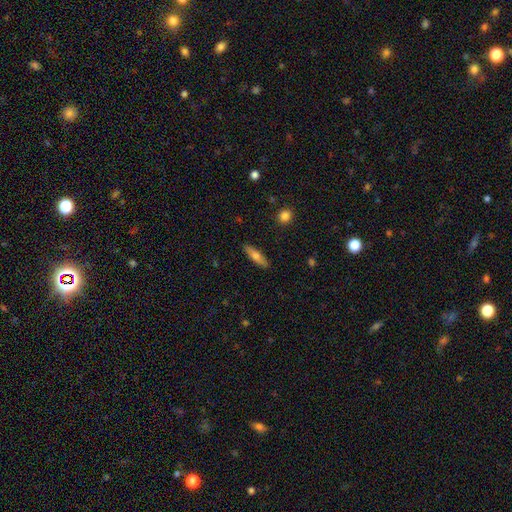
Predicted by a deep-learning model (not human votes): Smooth or featured? smooth (63%)
How rounded? cigar-shaped (66%)
Merging? none (89%)